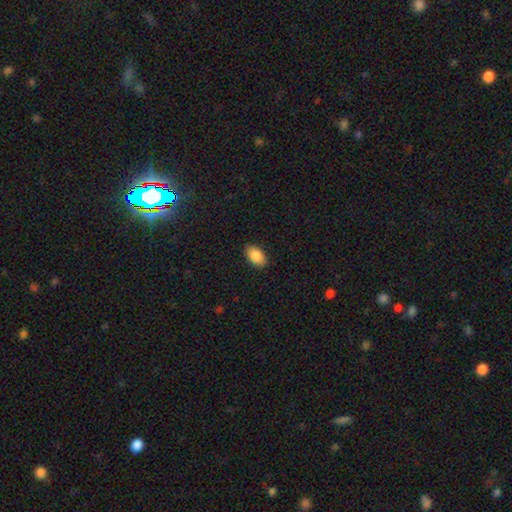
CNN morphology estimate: Overall: smooth (88%). How rounded: in between (92%). Merging: none (89%).